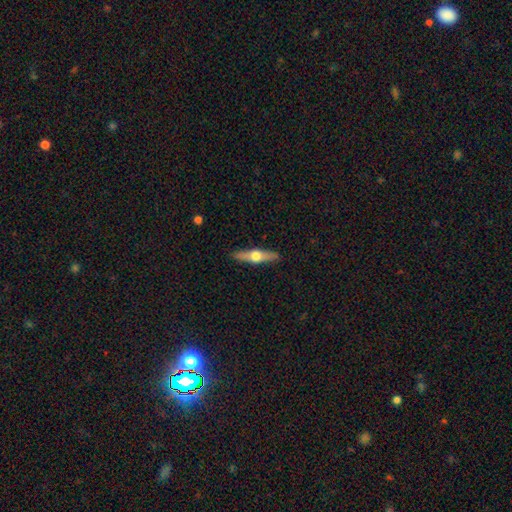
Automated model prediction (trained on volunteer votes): This appears to be a featured or disk galaxy (60%) viewed edge-on (94%) with a rounded central bulge (96%). Merging: none (90%).